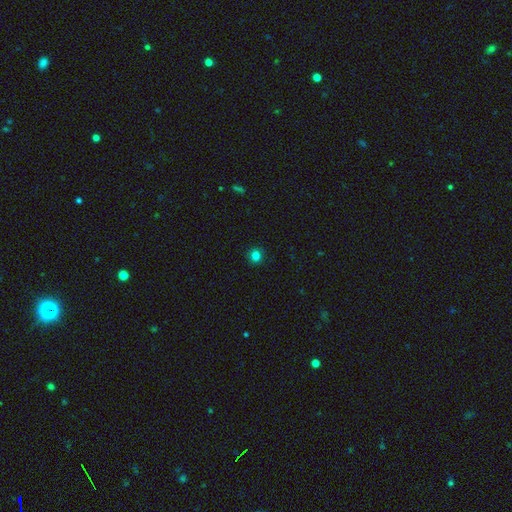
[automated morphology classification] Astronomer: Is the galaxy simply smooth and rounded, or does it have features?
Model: smooth — 82%.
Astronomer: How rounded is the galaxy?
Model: round — 91%.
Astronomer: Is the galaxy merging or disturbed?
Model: none — 92%.